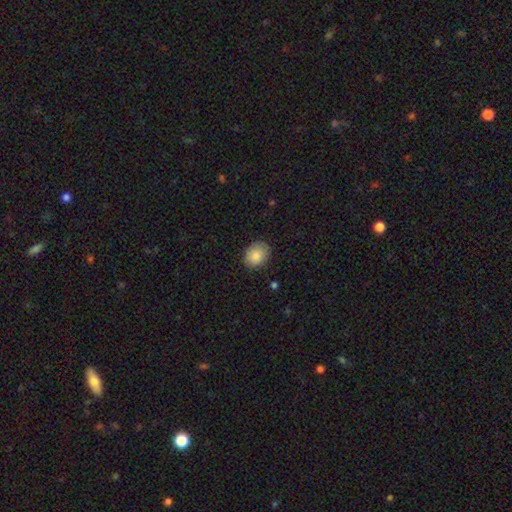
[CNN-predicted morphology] smooth-or-featured: smooth: 84% | featured or disk: 9% | star or artifact: 8%
  how-rounded: in between: 56% | round: 43% | cigar-shaped: 1%
  merging: none: 81% | minor disturbance: 15% | major disturbance: 3% | merger: 1%